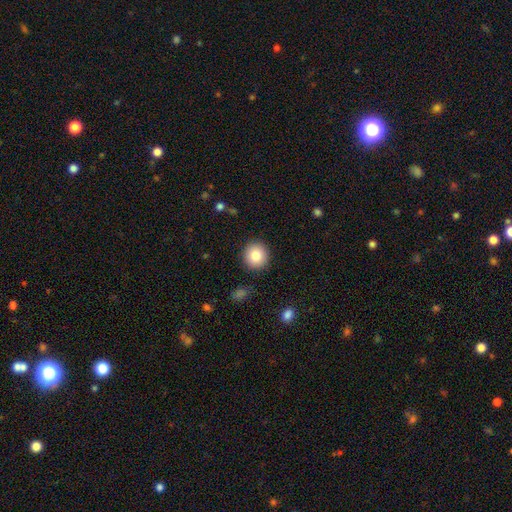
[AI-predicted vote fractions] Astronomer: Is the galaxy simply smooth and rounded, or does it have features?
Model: smooth — 84%.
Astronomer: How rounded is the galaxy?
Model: round — 93%.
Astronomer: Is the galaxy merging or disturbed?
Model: none — 90%.